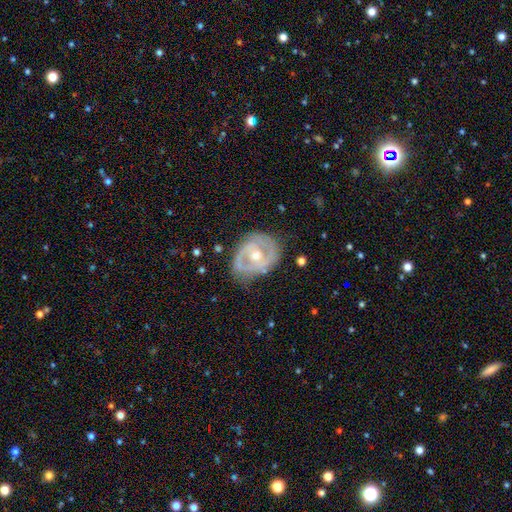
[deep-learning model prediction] A featured or disk galaxy (77%) with no bar (54%), 2 (63%) tight (47%) spiral arms (68%) and a moderate central bulge (68%).

Vote fractions:
- Smooth or featured? featured or disk: 77% / smooth: 18% / star or artifact: 5%
- Edge-on disk? no: 96% / yes: 4%
- Bar? no: 54% / weak: 34% / strong: 12%
- Spiral arms? yes: 68% / no: 32%
- Spiral winding? tight: 47% / medium: 38% / loose: 14%
- Spiral arm count? 2: 63% / can't tell: 22% / 1: 8% / 3: 5% / 4: 2% / more than 4: 2%
- Bulge size? moderate: 68% / small: 23% / large: 6% / none: 2% / dominant: 1%
- Merging? none: 69% / minor disturbance: 22% / major disturbance: 7% / merger: 2%